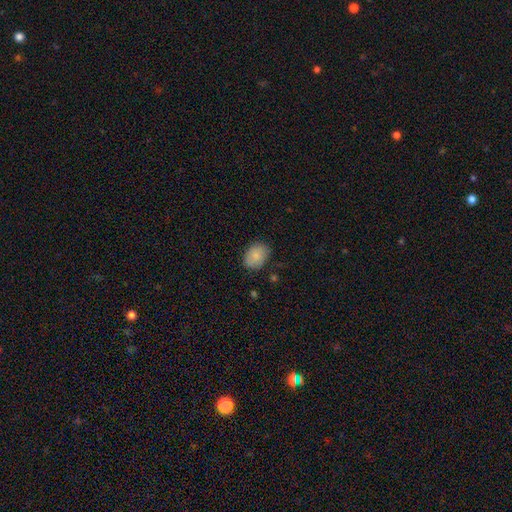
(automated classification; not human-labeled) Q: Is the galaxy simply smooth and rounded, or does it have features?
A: smooth — 84%.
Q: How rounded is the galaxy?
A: in between — 70%.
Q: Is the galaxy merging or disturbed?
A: none — 78%.